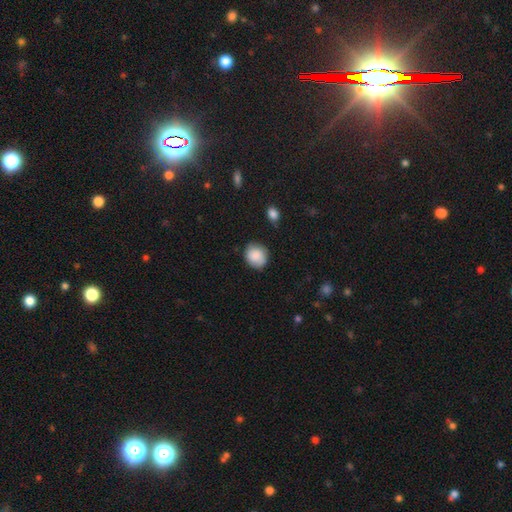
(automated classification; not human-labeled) A smooth galaxy with no disk features (86%) that is round (76%).

Vote fractions:
- Smooth or featured? smooth: 86% / star or artifact: 7% / featured or disk: 6%
- How rounded? round: 76% / in between: 23% / cigar-shaped: 1%
- Merging? none: 78% / minor disturbance: 17% / major disturbance: 3% / merger: 2%